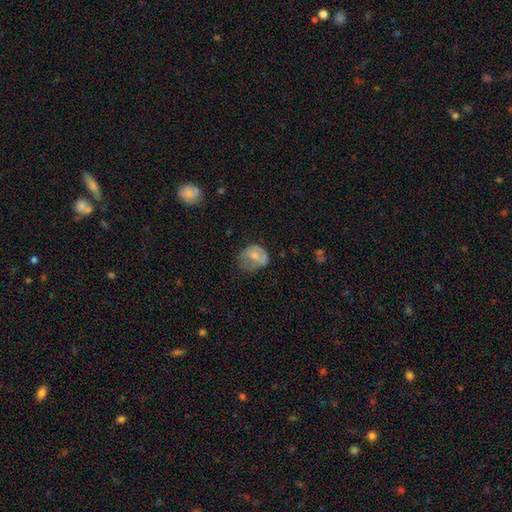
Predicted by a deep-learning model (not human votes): Smooth or featured? Predicted: smooth (p=0.62). How rounded? Predicted: in between (p=0.52). Merging? Predicted: minor disturbance (p=0.35).